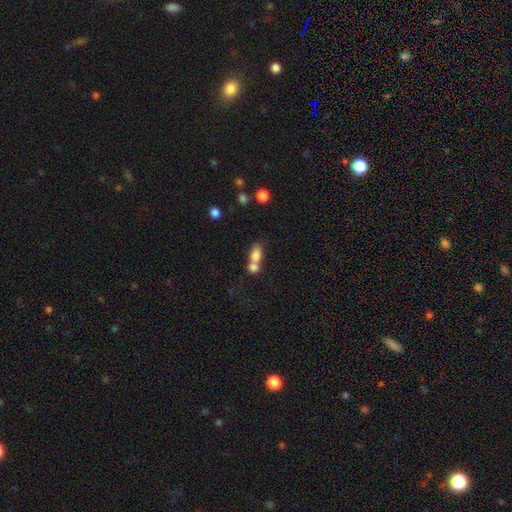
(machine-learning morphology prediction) Smooth or featured? Predicted: smooth (p=0.78). How rounded? Predicted: in between (p=0.76). Merging? Predicted: merger (p=0.64).